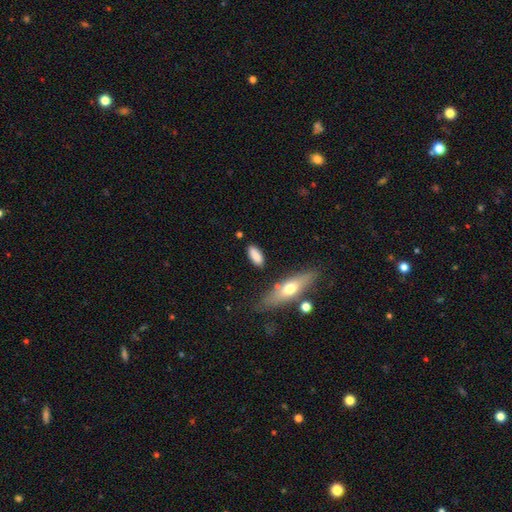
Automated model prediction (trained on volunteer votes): Smooth or featured: smooth — 84% (featured or disk — 10%)
How rounded: in between — 75% (cigar-shaped — 22%)
Merging: none — 77% (minor disturbance — 14%)